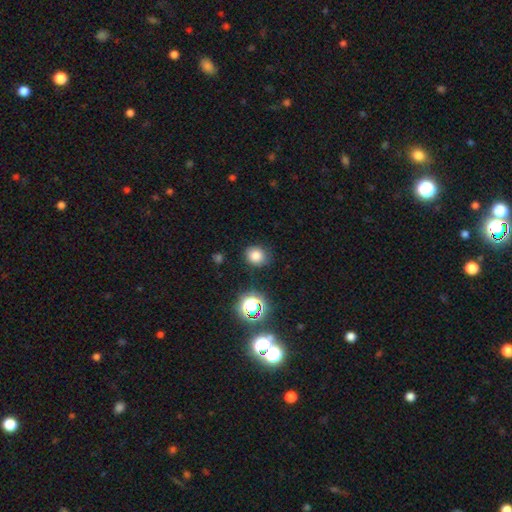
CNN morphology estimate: This is likely a smooth galaxy (78%). How rounded: likely round (76%). Merging: clearly none (84%).